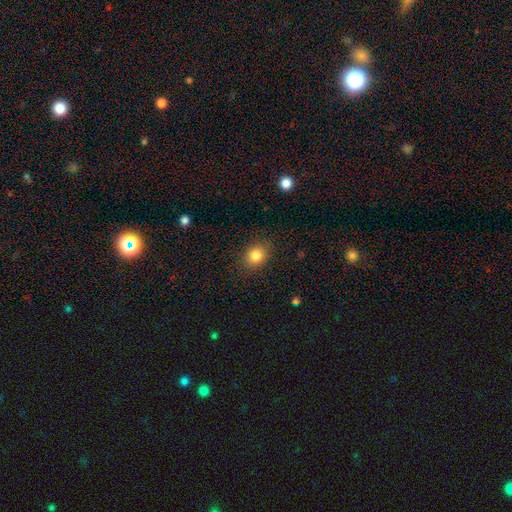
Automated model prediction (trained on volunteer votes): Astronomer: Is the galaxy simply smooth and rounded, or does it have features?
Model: smooth — 83%.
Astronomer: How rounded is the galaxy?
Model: round — 54% (runner-up: in between, 45%).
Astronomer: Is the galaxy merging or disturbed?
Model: none — 86%.